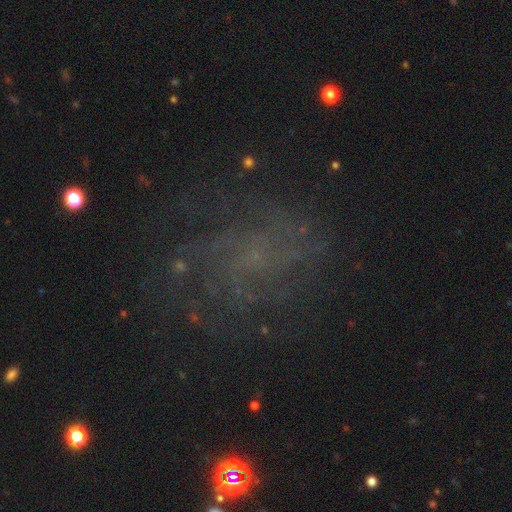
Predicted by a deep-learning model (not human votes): Q: Smooth or featured?
A: featured or disk (62%); runner-up: star or artifact (21%)
Q: Edge-on disk?
A: no (97%); runner-up: yes (3%)
Q: Bar?
A: no (75%); runner-up: weak (22%)
Q: Spiral arms?
A: yes (77%); runner-up: no (23%)
Q: Bulge size?
A: small (45%); runner-up: none (40%)
Q: Merging?
A: none (67%); runner-up: minor disturbance (16%)